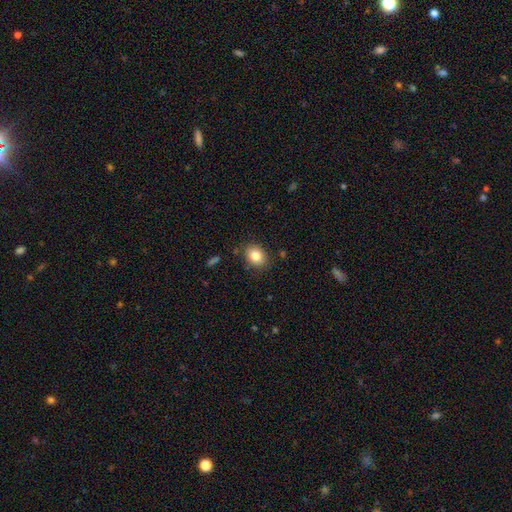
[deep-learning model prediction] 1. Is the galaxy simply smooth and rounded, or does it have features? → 83% smooth, 9% star or artifact, 8% featured or disk.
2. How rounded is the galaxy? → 55% in between, 44% round, 1% cigar-shaped.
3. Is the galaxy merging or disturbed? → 84% none, 11% minor disturbance, 3% major disturbance, 2% merger.